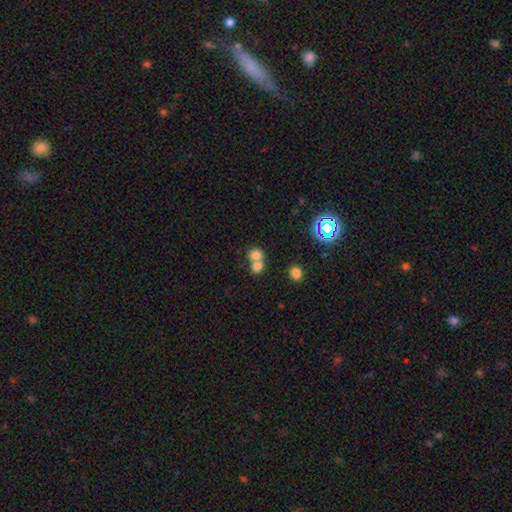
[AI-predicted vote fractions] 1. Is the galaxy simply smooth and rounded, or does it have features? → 74% smooth, 15% star or artifact, 12% featured or disk.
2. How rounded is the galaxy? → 74% round, 25% in between, 1% cigar-shaped.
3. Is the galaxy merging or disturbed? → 63% merger, 29% none, 5% minor disturbance, 3% major disturbance.